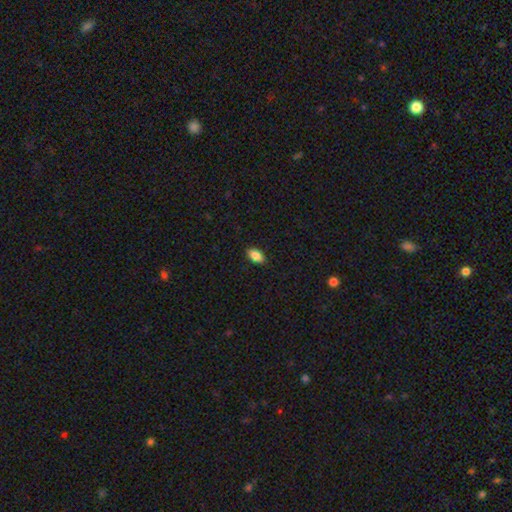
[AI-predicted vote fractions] Smooth or featured?
  - smooth: 86% *
  - star or artifact: 8%
  - featured or disk: 6%
How rounded?
  - in between: 92% *
  - cigar-shaped: 4%
  - round: 4%
Merging?
  - none: 89% *
  - minor disturbance: 8%
  - major disturbance: 2%
  - merger: 1%